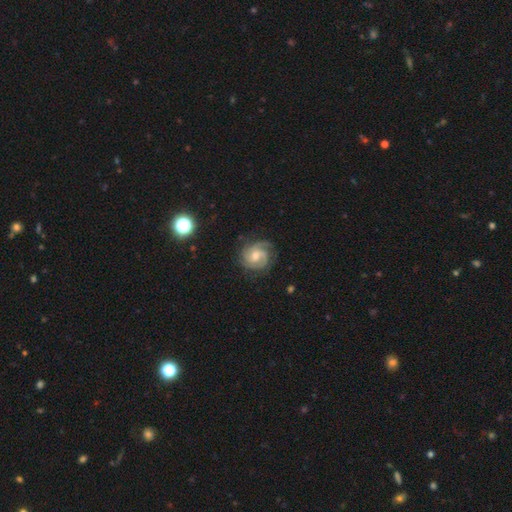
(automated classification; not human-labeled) Overall: featured or disk (83%). Edge-on disk: no (98%). Bar: no (68%). Spiral arms: yes (97%). Spiral arm count: 3 (38%; 2 26%). Spiral winding: tight (57%; medium 34%). Bulge size: moderate (53%; small 43%). Merging: none (73%).